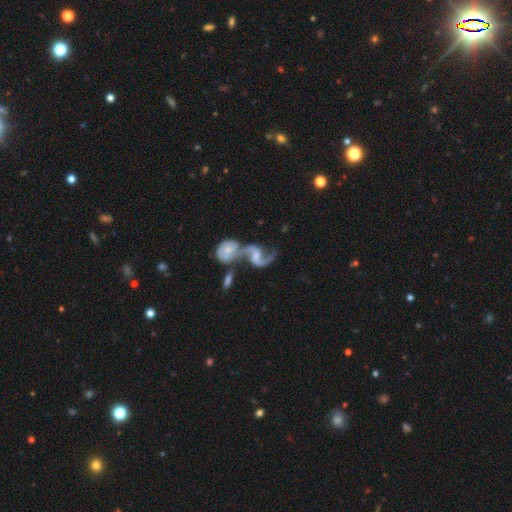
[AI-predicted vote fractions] Smooth or featured? featured or disk (87%)
Edge-on disk? no (97%)
Bar? weak (45%)
Spiral arms? yes (95%)
Spiral winding? loose (59%)
Spiral arm count? 2 (87%)
Bulge size? small (45%)
Merging? merger (65%)